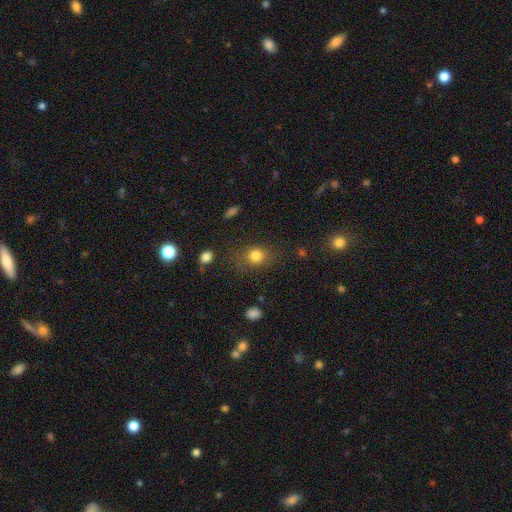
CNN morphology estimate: This is clearly a smooth galaxy (81%). How rounded: likely round (61%). Merging: likely none (71%).